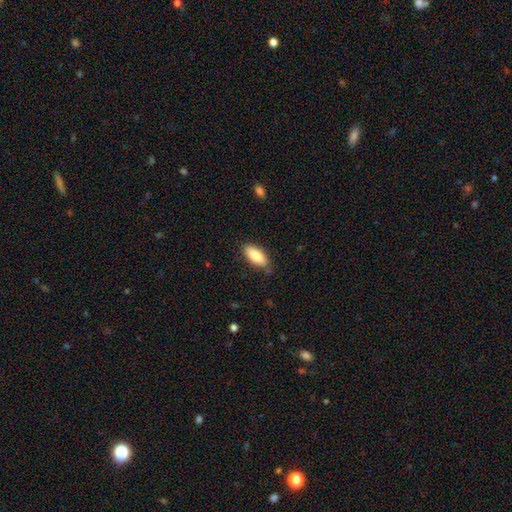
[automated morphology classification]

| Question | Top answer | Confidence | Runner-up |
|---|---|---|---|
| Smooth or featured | smooth | 84% | featured or disk (10%) |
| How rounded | in between | 84% | cigar-shaped (14%) |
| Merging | none | 81% | minor disturbance (15%) |